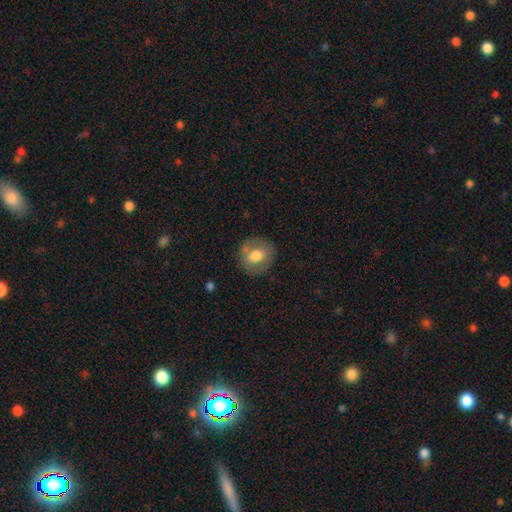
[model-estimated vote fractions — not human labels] Smooth or featured? Predicted: smooth (p=0.65). How rounded? Predicted: round (p=0.79). Merging? Predicted: none (p=0.75).